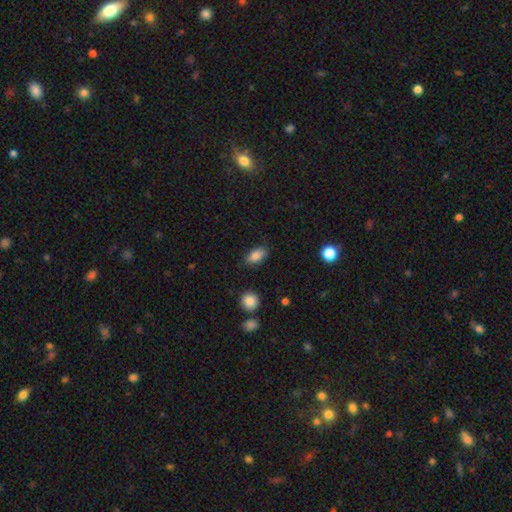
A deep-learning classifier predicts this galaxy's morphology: Smooth or featured? smooth (84%)
How rounded? in between (89%)
Merging? none (82%)